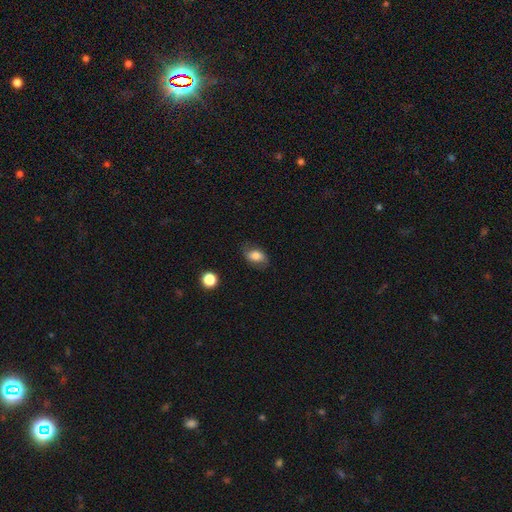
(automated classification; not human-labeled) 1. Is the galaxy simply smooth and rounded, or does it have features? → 73% smooth, 18% featured or disk, 9% star or artifact.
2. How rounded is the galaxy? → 83% in between, 15% round, 2% cigar-shaped.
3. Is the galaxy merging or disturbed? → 72% none, 21% minor disturbance, 6% major disturbance, 1% merger.